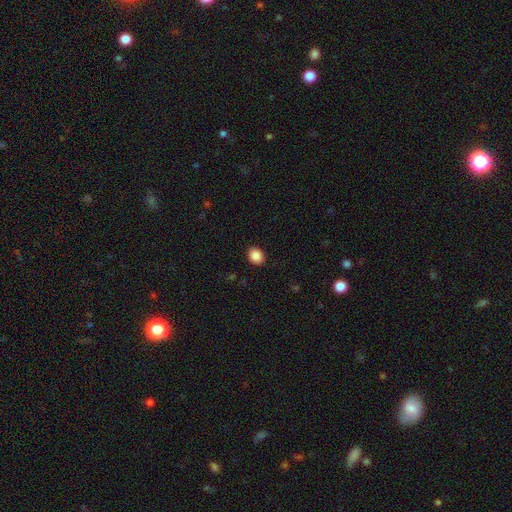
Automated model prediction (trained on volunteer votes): Smooth or featured: smooth — 88% (star or artifact — 9%)
How rounded: in between — 55% (round — 44%)
Merging: none — 91% (minor disturbance — 7%)